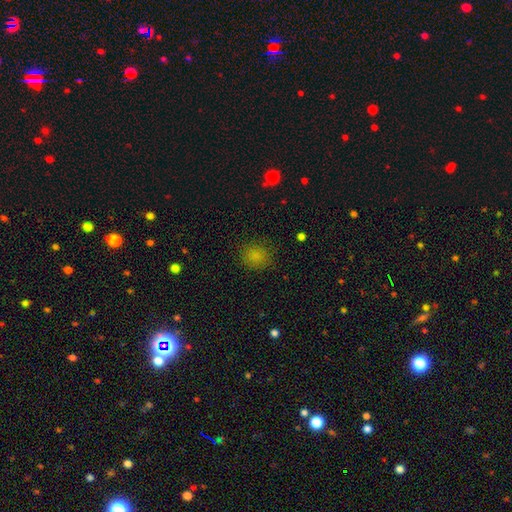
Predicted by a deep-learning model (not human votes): A smooth galaxy with no disk features (81%) that is round (77%).

Vote fractions:
- Smooth or featured? smooth: 81% / star or artifact: 14% / featured or disk: 5%
- How rounded? round: 77% / in between: 22% / cigar-shaped: 1%
- Merging? none: 84% / minor disturbance: 11% / major disturbance: 4% / merger: 1%